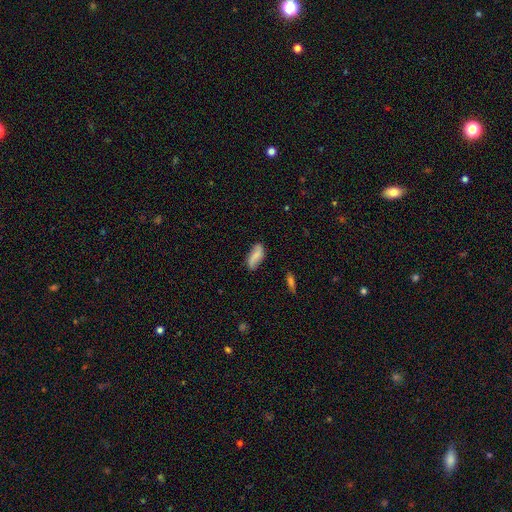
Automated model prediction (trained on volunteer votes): smooth-or-featured: smooth: 70% | featured or disk: 23% | star or artifact: 7%
  how-rounded: in between: 83% | cigar-shaped: 14% | round: 3%
  merging: none: 76% | minor disturbance: 19% | major disturbance: 4% | merger: 2%